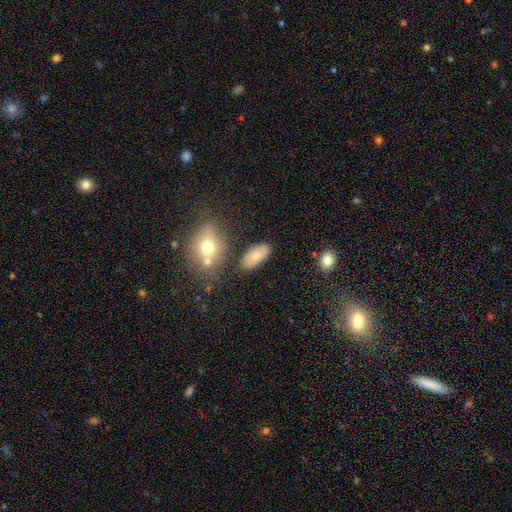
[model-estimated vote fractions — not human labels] Morphology: type=smooth (79%); roundness=in between (89%); merging=none (79%).